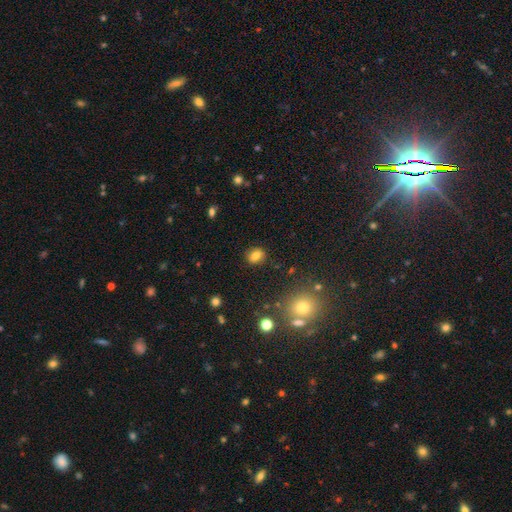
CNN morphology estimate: Smooth or featured?
  - smooth: 78% *
  - star or artifact: 12%
  - featured or disk: 10%
How rounded?
  - round: 52% *
  - in between: 46%
  - cigar-shaped: 1%
Merging?
  - none: 86% *
  - minor disturbance: 9%
  - major disturbance: 3%
  - merger: 2%